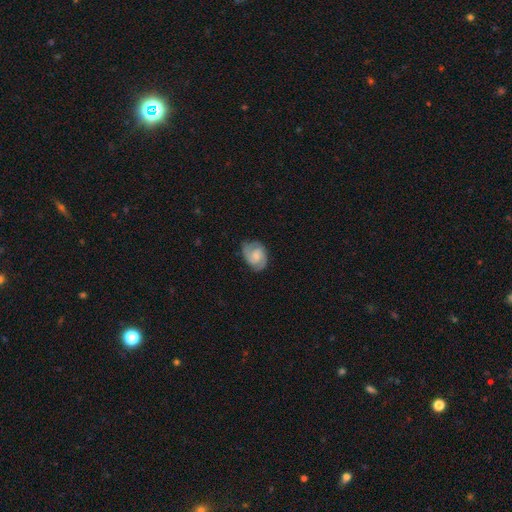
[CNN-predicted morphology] featured or disk 66%, smooth 27%, star or artifact 7%. Down the decision tree: edge-on disk — no (97%); bar — no (58%); spiral arms — yes (93%); spiral arm count — 2 (78%); spiral winding — medium (45%); bulge size — small (39%); merging — none (72%).